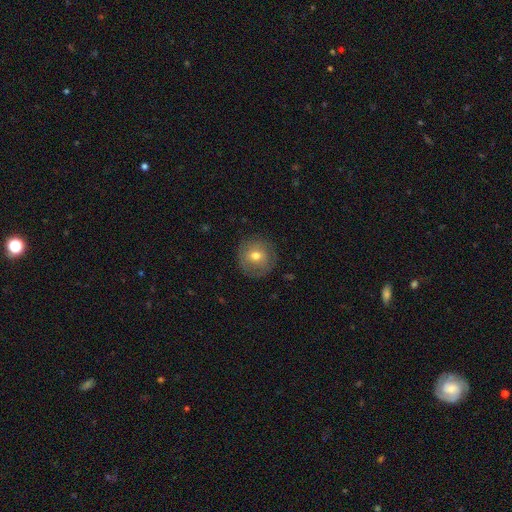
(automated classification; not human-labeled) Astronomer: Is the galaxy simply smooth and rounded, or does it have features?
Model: smooth — 65%.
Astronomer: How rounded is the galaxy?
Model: round — 93%.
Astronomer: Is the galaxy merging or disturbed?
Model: none — 83%.